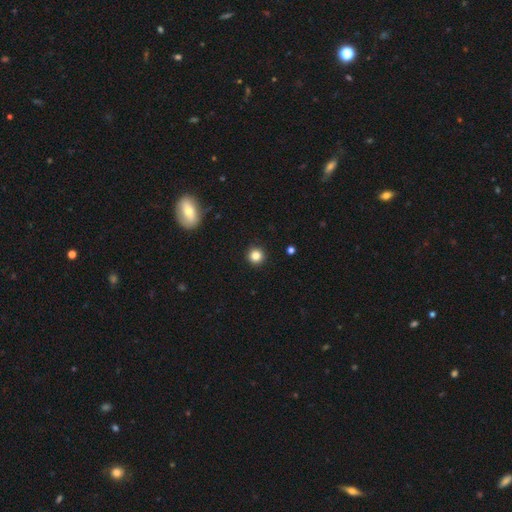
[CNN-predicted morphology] smooth_or_featured: smooth (p=0.83) [alt: star or artifact p=0.12]
how_rounded: round (p=0.95) [alt: in between p=0.04]
merging: none (p=0.93) [alt: minor disturbance p=0.05]